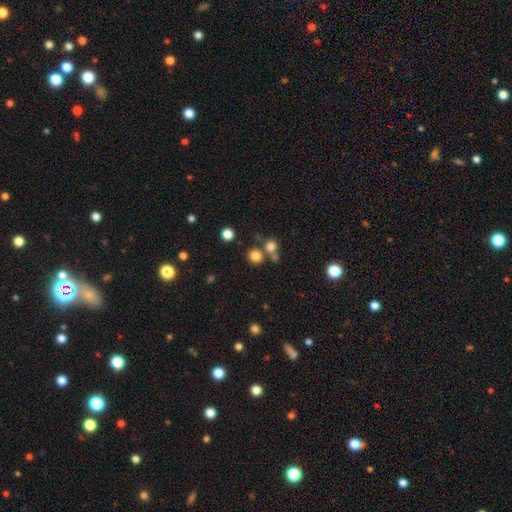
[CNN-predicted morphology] Smooth or featured? smooth (79%)
How rounded? round (88%)
Merging? none (65%)